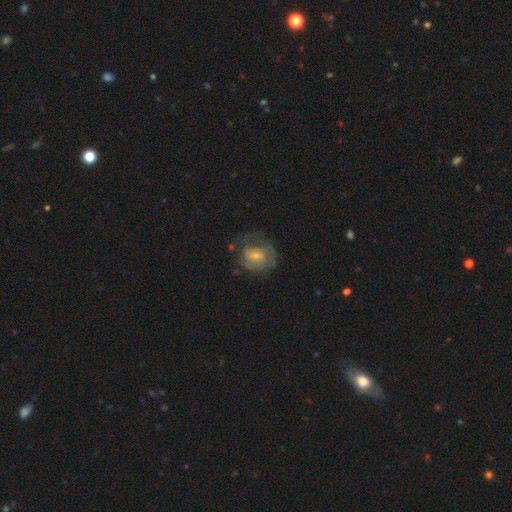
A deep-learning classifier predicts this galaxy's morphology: Smooth or featured: featured or disk — 50% (smooth — 42%)
Edge-on disk: no — 97% (yes — 3%)
Merging: none — 47% (major disturbance — 26%)